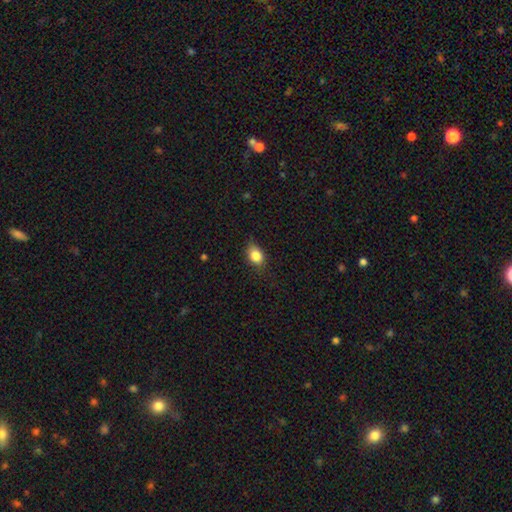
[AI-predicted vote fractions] Smooth or featured: smooth — 84% (star or artifact — 9%)
How rounded: in between — 70% (round — 28%)
Merging: none — 73% (minor disturbance — 22%)